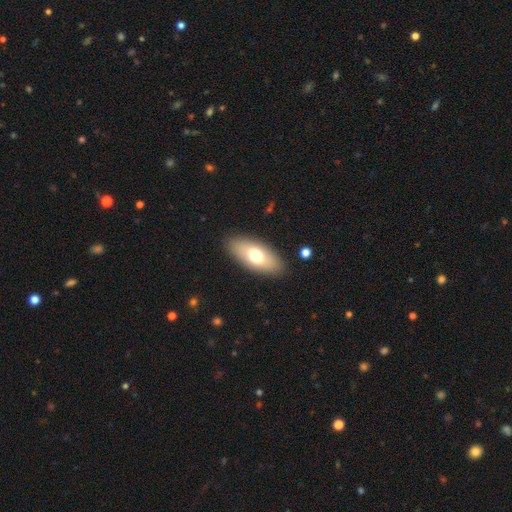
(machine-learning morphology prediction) The model was most divided on "smooth or featured": smooth: 67%, featured or disk: 26%, star or artifact: 7%. More confident: merging — none (87%); how rounded — in between (87%).